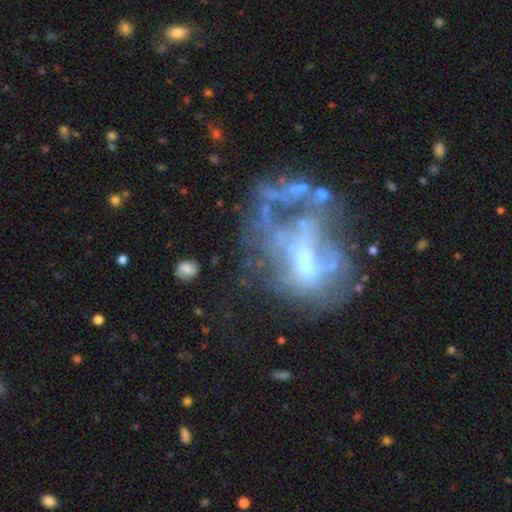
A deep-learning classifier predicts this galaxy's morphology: featured or disk 65%, star or artifact 19%, smooth 17%. Down the decision tree: edge-on disk — no (95%); bar — no (62%); spiral arms — no (78%); bulge size — moderate (38%); merging — major disturbance (39%).